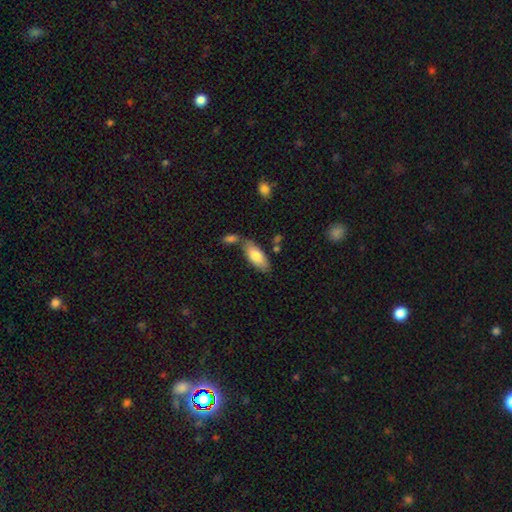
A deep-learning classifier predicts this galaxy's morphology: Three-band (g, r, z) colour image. It shows a smooth galaxy with no disk features (79%) that is in between round and cigar-shaped (83%). Merging: none (65%).